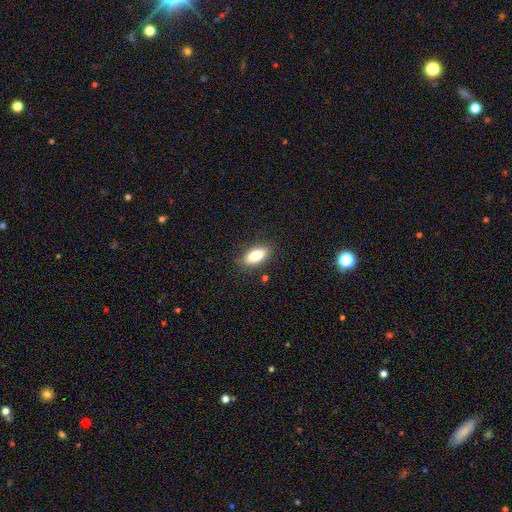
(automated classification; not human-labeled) The model was most divided on "smooth or featured": smooth: 76%, featured or disk: 16%, star or artifact: 8%. More confident: merging — none (84%); how rounded — in between (83%).